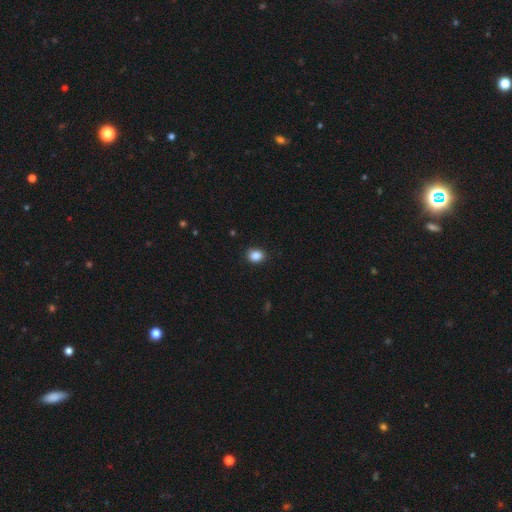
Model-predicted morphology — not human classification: Q: Smooth or featured?
A: smooth (87%); runner-up: star or artifact (10%)
Q: How rounded?
A: in between (51%); runner-up: round (48%)
Q: Merging?
A: none (88%); runner-up: minor disturbance (9%)